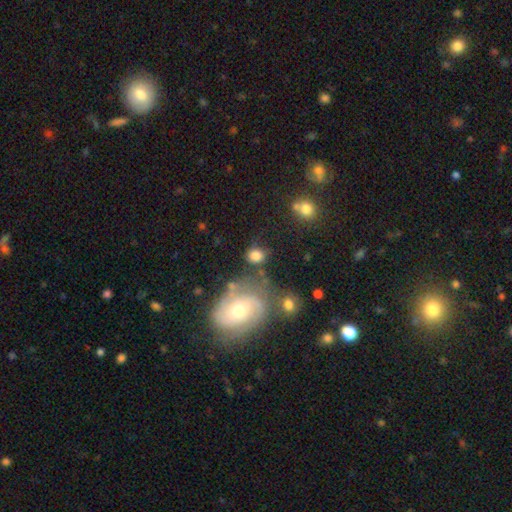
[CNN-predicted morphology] A smooth galaxy with no disk features (76%) that is round (61%). Merging: none (64%).